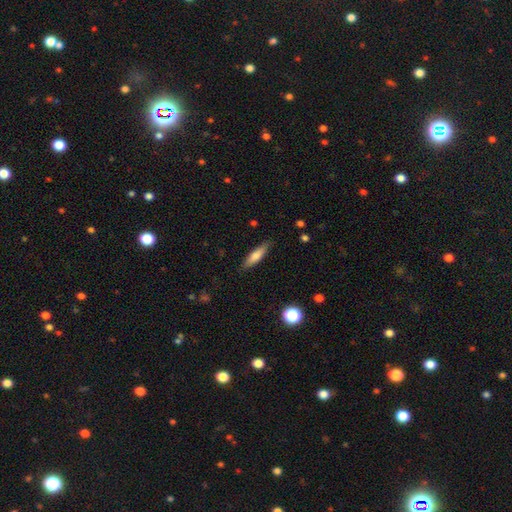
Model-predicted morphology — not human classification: Q: Smooth or featured?
A: smooth (69%); runner-up: featured or disk (24%)
Q: How rounded?
A: cigar-shaped (70%); runner-up: in between (28%)
Q: Merging?
A: none (85%); runner-up: minor disturbance (11%)